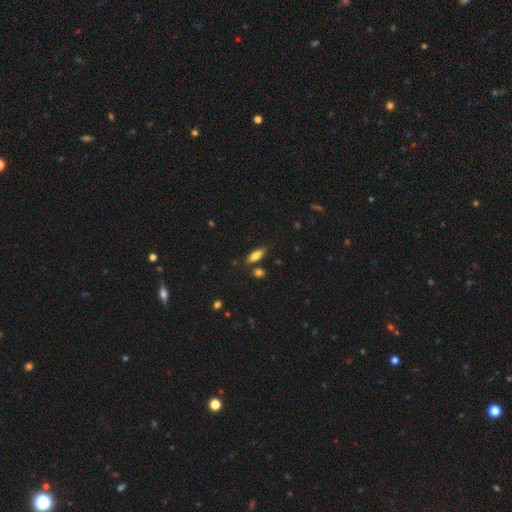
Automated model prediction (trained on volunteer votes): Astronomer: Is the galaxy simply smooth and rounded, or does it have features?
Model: smooth — 70%.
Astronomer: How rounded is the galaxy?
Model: in between — 62%.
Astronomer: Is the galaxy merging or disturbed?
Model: none — 80%.